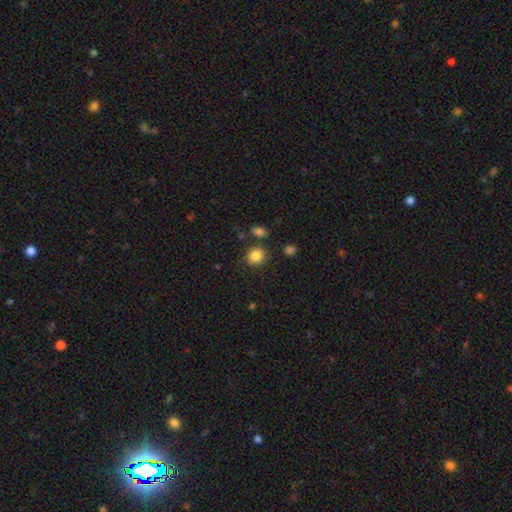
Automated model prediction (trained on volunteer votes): Q: Smooth or featured?
A: smooth (86%); runner-up: star or artifact (10%)
Q: How rounded?
A: round (81%); runner-up: in between (18%)
Q: Merging?
A: none (83%); runner-up: minor disturbance (9%)